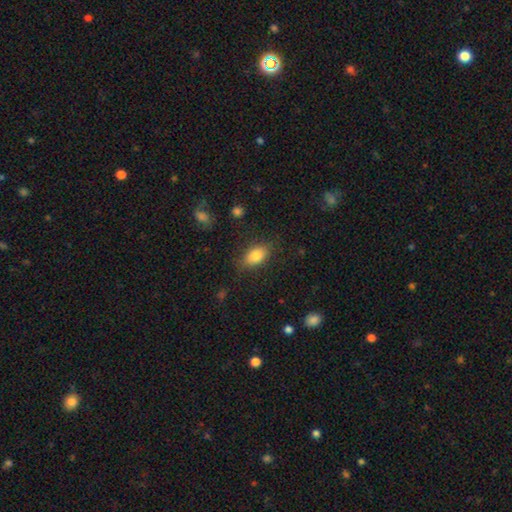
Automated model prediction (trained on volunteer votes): Overall: smooth (82%). How rounded: in between (88%). Merging: none (80%).